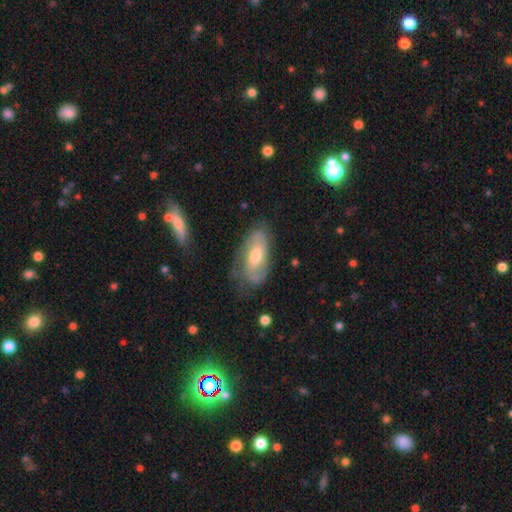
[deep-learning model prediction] Morphology: type=featured or disk (65%); edge-on=no (90%); bar=no (54%); spiral arms=yes (84%); bulge=moderate (68%); merging=none (65%).